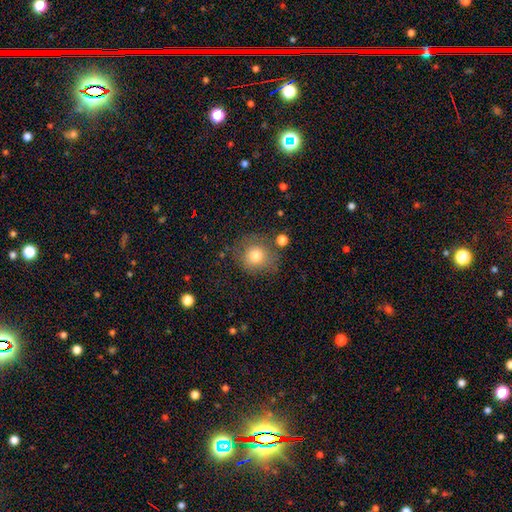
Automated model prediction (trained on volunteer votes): A smooth galaxy with no disk features (77%) that is round (85%). Merging: none (69%).